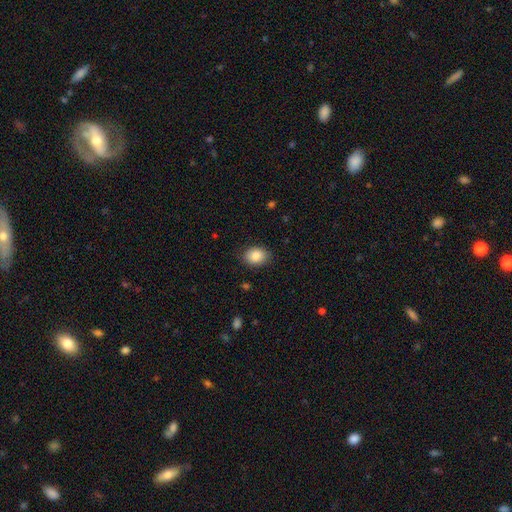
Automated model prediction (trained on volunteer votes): This is clearly a smooth galaxy (86%). How rounded: likely in between (67%). Merging: clearly none (85%).